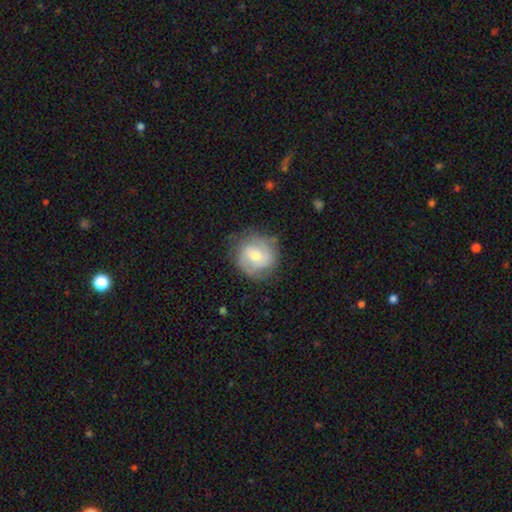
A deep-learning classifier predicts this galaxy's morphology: A featured or disk galaxy (59%) with no bar (53%), spiral arms (84%) and a moderate central bulge (62%). Merging: none (76%).